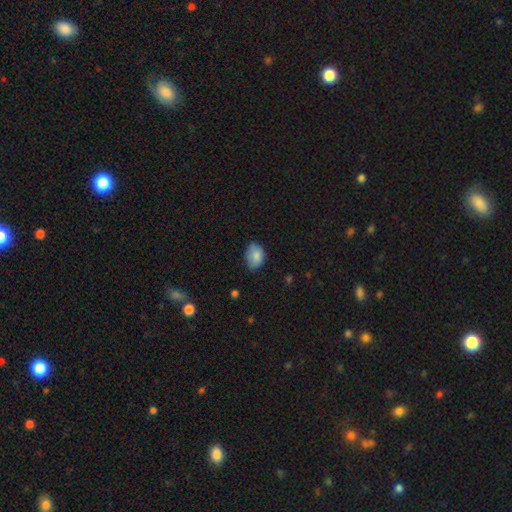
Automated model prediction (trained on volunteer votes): Smooth or featured?
  - smooth: 81% *
  - featured or disk: 11%
  - star or artifact: 8%
How rounded?
  - in between: 77% *
  - round: 22%
  - cigar-shaped: 1%
Merging?
  - none: 60% *
  - minor disturbance: 32%
  - major disturbance: 6%
  - merger: 2%